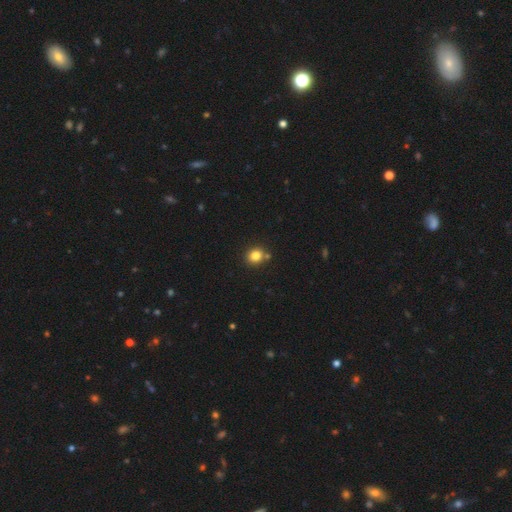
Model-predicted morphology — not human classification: A smooth galaxy with no disk features (82%) that is round (79%).

Vote fractions:
- Smooth or featured? smooth: 82% / star or artifact: 12% / featured or disk: 6%
- How rounded? round: 79% / in between: 20% / cigar-shaped: 1%
- Merging? none: 78% / minor disturbance: 10% / merger: 9% / major disturbance: 3%